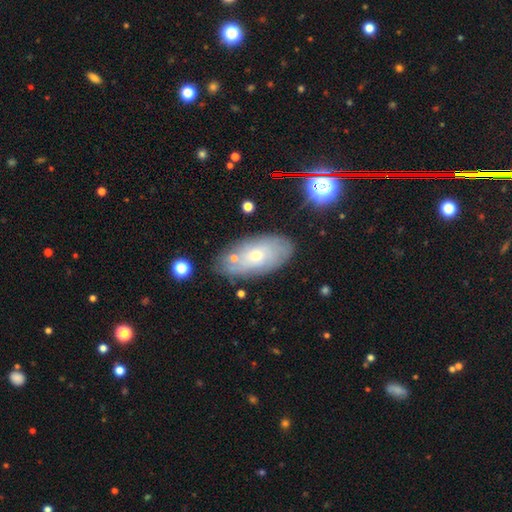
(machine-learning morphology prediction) featured or disk 46%, smooth 45%, star or artifact 10%. Down the decision tree: merging — none (77%).